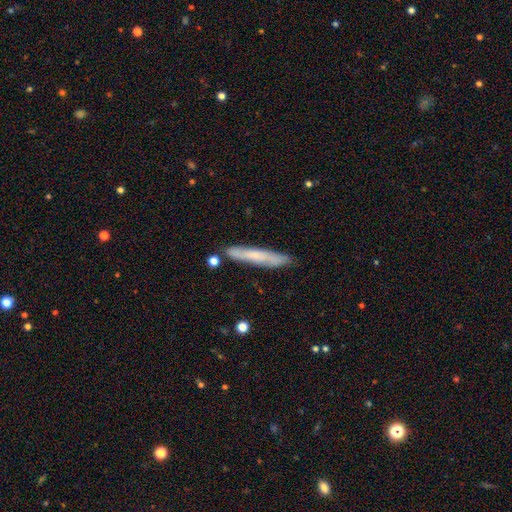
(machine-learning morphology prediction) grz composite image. It shows a smooth galaxy with no disk features (57%) that is cigar-shaped (94%). Merging: none (84%).